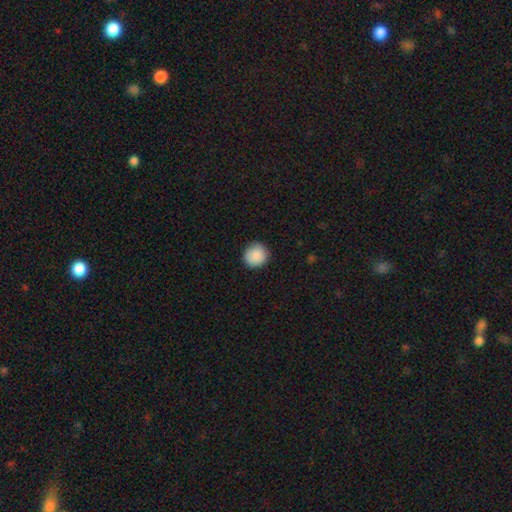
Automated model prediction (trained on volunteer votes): Smooth or featured?
  - smooth: 89% *
  - star or artifact: 8%
  - featured or disk: 3%
How rounded?
  - round: 93% *
  - in between: 6%
  - cigar-shaped: 1%
Merging?
  - none: 90% *
  - minor disturbance: 7%
  - major disturbance: 2%
  - merger: 1%